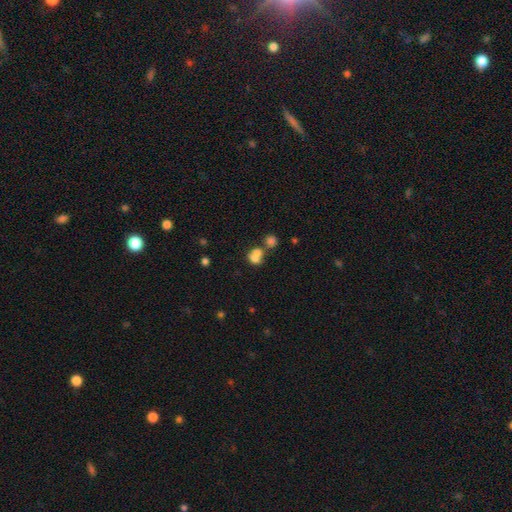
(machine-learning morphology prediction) A smooth galaxy with no disk features (70%) that is round (67%). Merging: merger (61%).